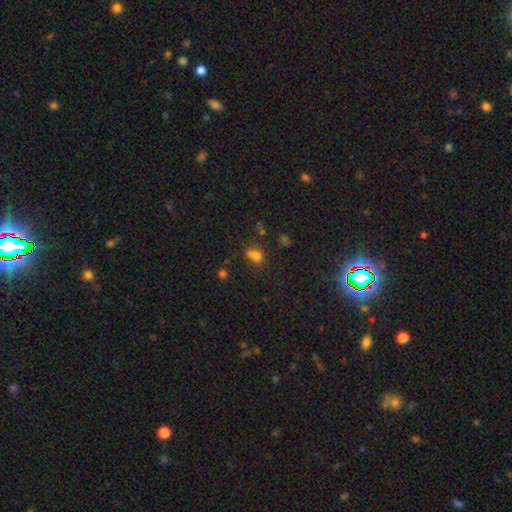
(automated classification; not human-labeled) Overall: smooth (69%). How rounded: round (63%; in between 36%). Merging: merger (41%; none 40%).